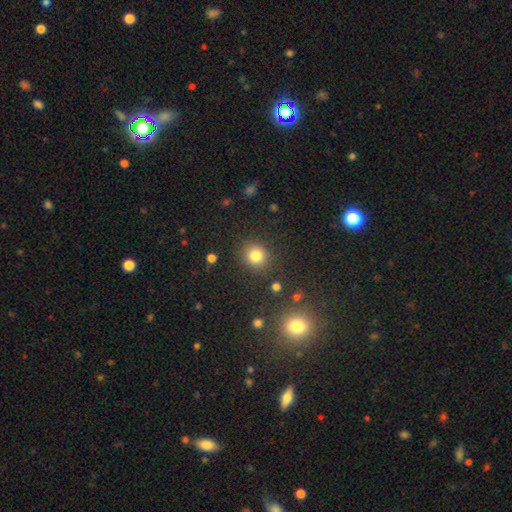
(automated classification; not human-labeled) Smooth or featured? Predicted: smooth (p=0.81). How rounded? Predicted: round (p=0.87). Merging? Predicted: none (p=0.86).